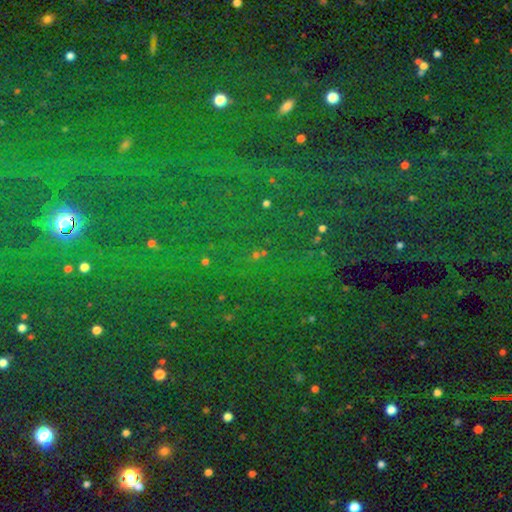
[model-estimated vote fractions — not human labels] smooth-or-featured: star or artifact: 78% | smooth: 15% | featured or disk: 7%